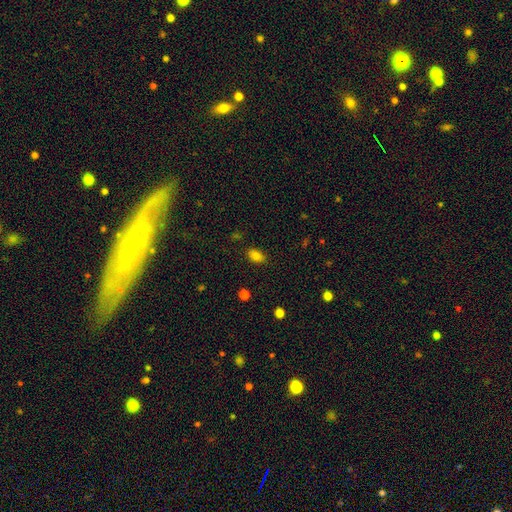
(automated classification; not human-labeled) smooth_or_featured: smooth (p=0.81) [alt: star or artifact p=0.12]
how_rounded: in between (p=0.84) [alt: round p=0.14]
merging: none (p=0.84) [alt: minor disturbance p=0.12]